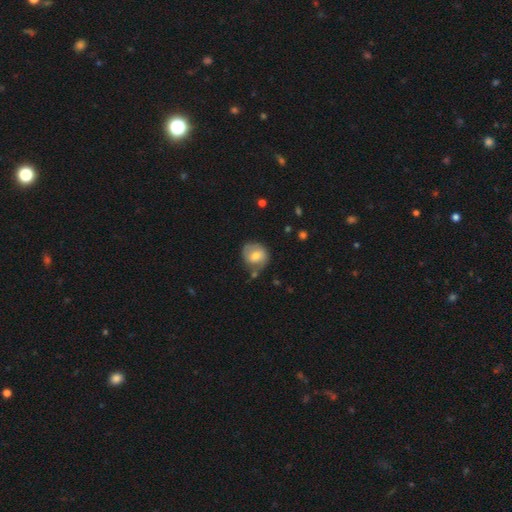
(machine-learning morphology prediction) Smooth or featured? smooth (56%)
How rounded? round (79%)
Merging? none (61%)